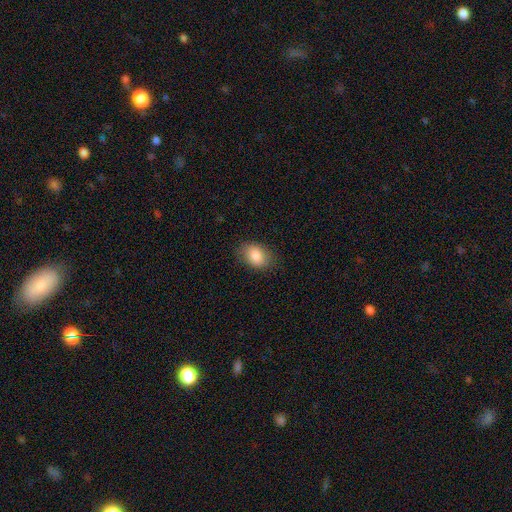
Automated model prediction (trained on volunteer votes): This is clearly a smooth galaxy (87%). How rounded: likely in between (79%). Merging: clearly none (80%).